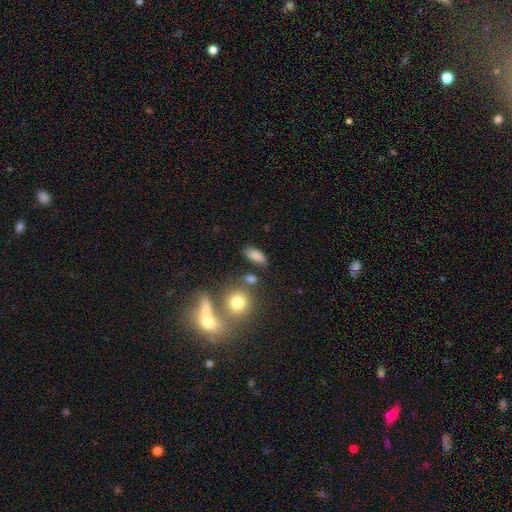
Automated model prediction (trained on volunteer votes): Overall: smooth (80%). How rounded: in between (75%). Merging: none (66%).